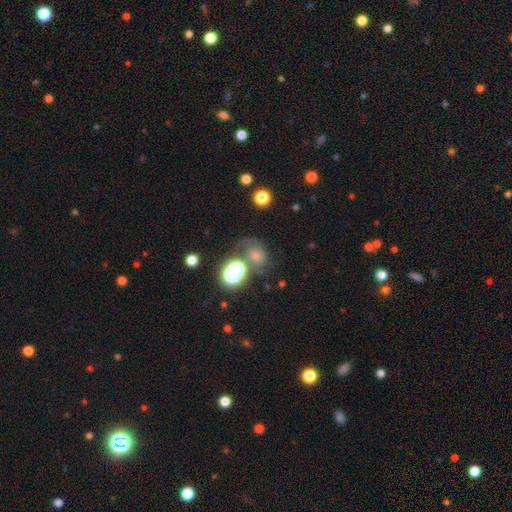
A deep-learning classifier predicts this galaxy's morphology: Q: Smooth or featured?
A: star or artifact (41%); runner-up: smooth (35%)